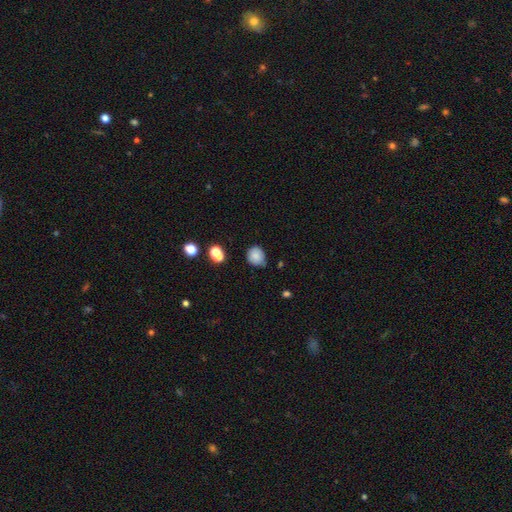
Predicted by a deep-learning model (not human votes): This is clearly a smooth galaxy (82%). How rounded: likely round (78%). Merging: likely none (64%).